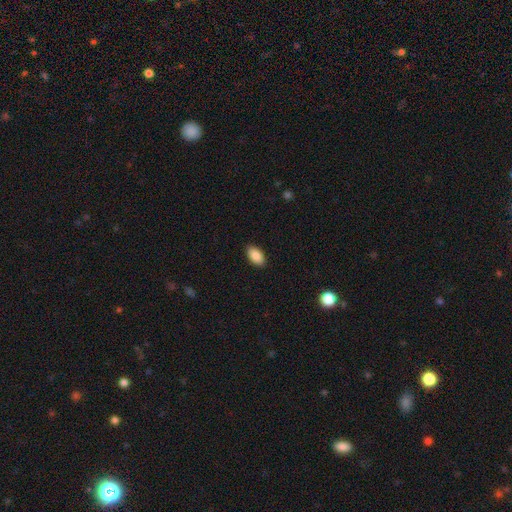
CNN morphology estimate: smooth_or_featured: smooth (p=0.89) [alt: star or artifact p=0.07]
how_rounded: in between (p=0.94) [alt: round p=0.04]
merging: none (p=0.89) [alt: minor disturbance p=0.09]